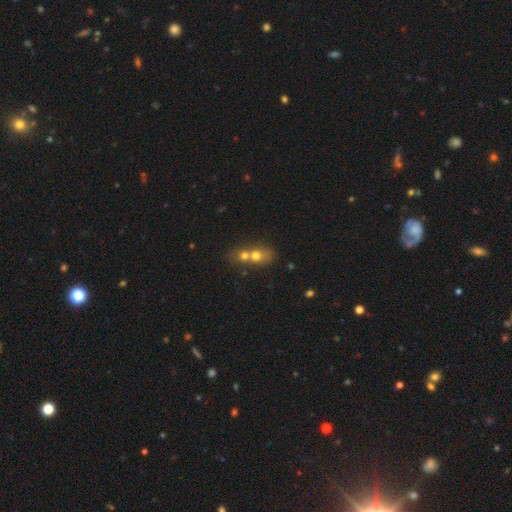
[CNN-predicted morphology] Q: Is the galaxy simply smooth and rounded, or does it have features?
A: smooth — 65%.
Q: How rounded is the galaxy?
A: round — 55%.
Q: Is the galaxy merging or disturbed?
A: merger — 70%.